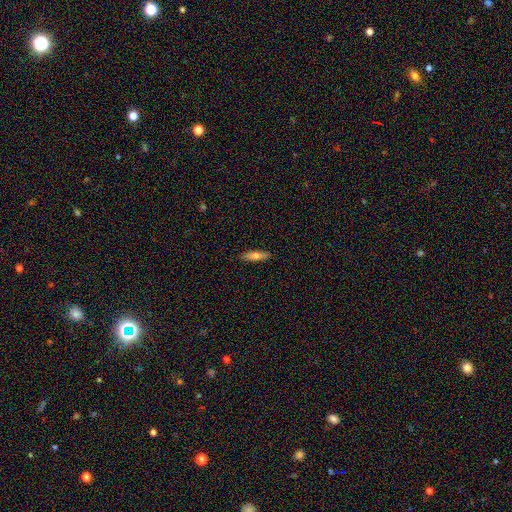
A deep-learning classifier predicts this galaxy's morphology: smooth_or_featured: smooth (p=0.67) [alt: featured or disk p=0.27]
how_rounded: cigar-shaped (p=0.68) [alt: in between p=0.30]
merging: none (p=0.89) [alt: minor disturbance p=0.08]